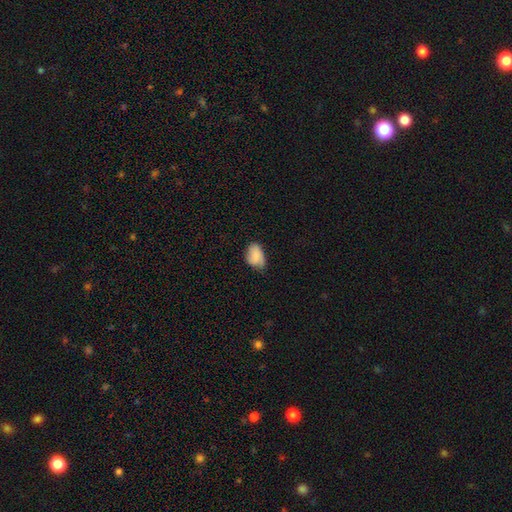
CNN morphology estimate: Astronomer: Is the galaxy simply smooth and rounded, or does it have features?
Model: smooth — 79%.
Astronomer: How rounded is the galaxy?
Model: in between — 83%.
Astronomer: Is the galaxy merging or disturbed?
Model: none — 52% (runner-up: minor disturbance, 38%).